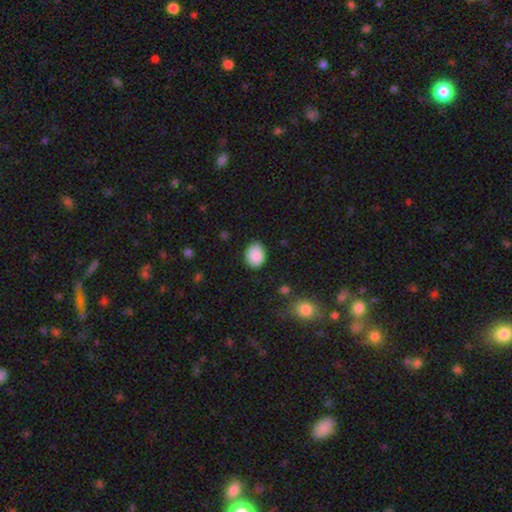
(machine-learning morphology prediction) Smooth or featured? Predicted: smooth (p=0.89). How rounded? Predicted: in between (p=0.64). Merging? Predicted: none (p=0.84).